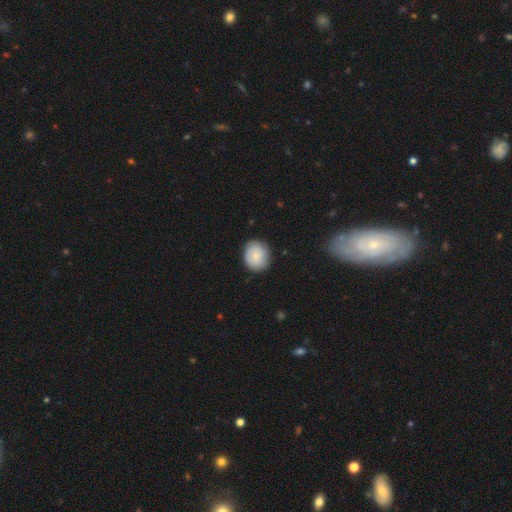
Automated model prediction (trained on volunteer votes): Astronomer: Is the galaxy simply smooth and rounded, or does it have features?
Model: smooth — 75%.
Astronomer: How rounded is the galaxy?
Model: round — 75%.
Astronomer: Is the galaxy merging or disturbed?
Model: none — 84%.